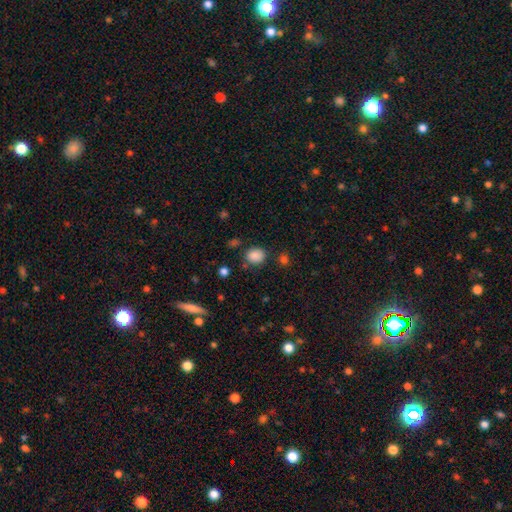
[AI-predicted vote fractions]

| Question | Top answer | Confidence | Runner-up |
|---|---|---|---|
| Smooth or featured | smooth | 85% | star or artifact (11%) |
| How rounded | round | 65% | in between (34%) |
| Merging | none | 78% | minor disturbance (13%) |